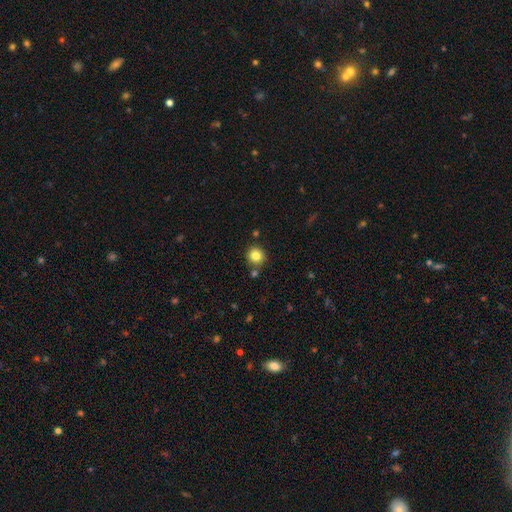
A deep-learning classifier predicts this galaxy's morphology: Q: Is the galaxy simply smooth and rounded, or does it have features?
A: smooth — 83%.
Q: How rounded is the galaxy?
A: round — 92%.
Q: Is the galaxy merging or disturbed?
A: none — 82%.